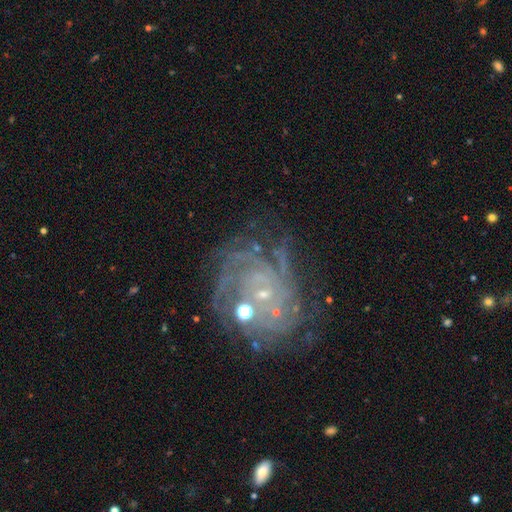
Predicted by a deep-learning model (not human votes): featured or disk 78%, star or artifact 13%, smooth 8%. Down the decision tree: edge-on disk — no (98%); bar — no (74%); spiral arms — yes (90%); spiral arm count — can't tell (38%); spiral winding — tight (68%); bulge size — small (76%); merging — none (58%).